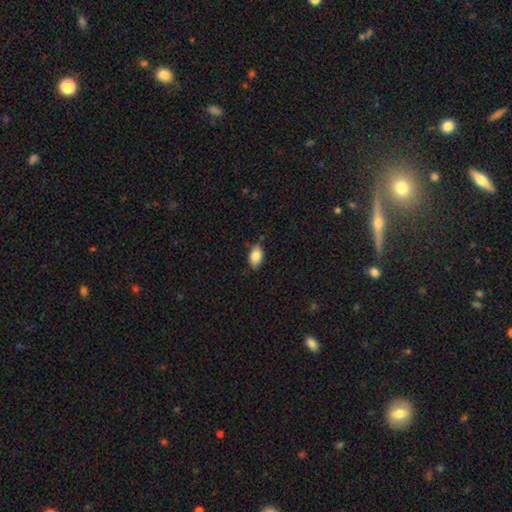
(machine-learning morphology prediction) A smooth galaxy with no disk features (84%) that is in between round and cigar-shaped (89%). Merging: none (79%).